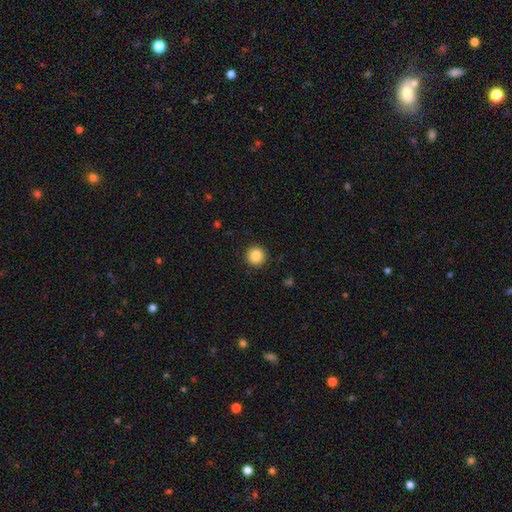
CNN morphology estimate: Smooth or featured?
  - smooth: 86% *
  - star or artifact: 10%
  - featured or disk: 5%
How rounded?
  - round: 95% *
  - in between: 4%
  - cigar-shaped: 1%
Merging?
  - none: 92% *
  - minor disturbance: 6%
  - major disturbance: 2%
  - merger: 1%